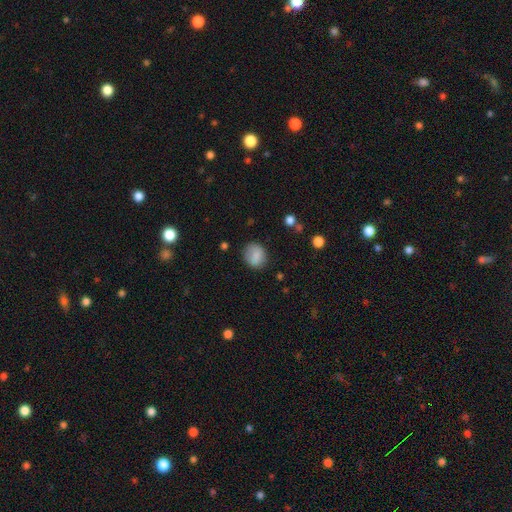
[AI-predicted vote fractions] A smooth galaxy with no disk features (82%) that is round (63%). Merging: none (78%).